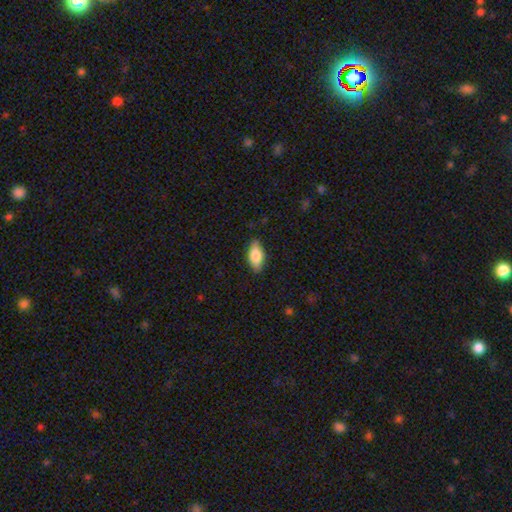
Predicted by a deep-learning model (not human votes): smooth 77%, featured or disk 17%, star or artifact 7%. Down the decision tree: how rounded — in between (87%); merging — none (83%).